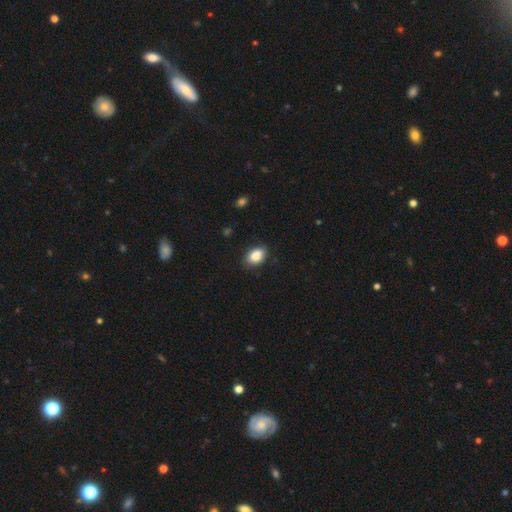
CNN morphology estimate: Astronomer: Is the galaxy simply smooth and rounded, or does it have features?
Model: smooth — 85%.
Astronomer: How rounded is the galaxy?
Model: in between — 84%.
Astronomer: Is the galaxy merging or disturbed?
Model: none — 82%.